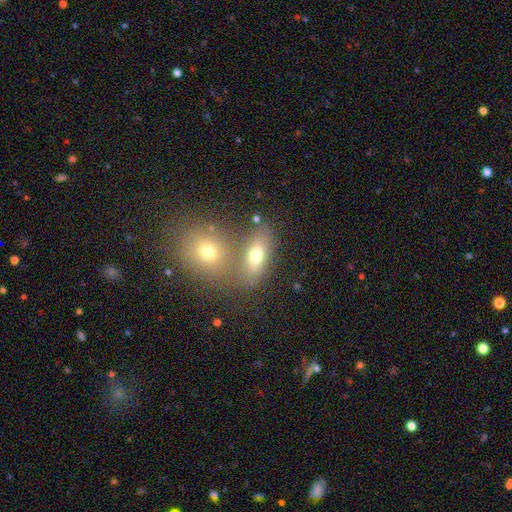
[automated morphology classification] Smooth or featured?
  - smooth: 69% *
  - featured or disk: 17%
  - star or artifact: 14%
How rounded?
  - in between: 73% *
  - round: 20%
  - cigar-shaped: 7%
Merging?
  - none: 52% *
  - merger: 33%
  - minor disturbance: 10%
  - major disturbance: 5%